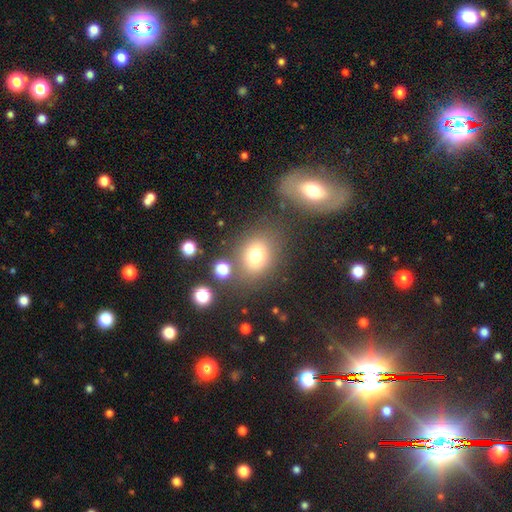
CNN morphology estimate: This appears to be a smooth galaxy with no disk features (73%) that is round (57%). Merging: none (72%).